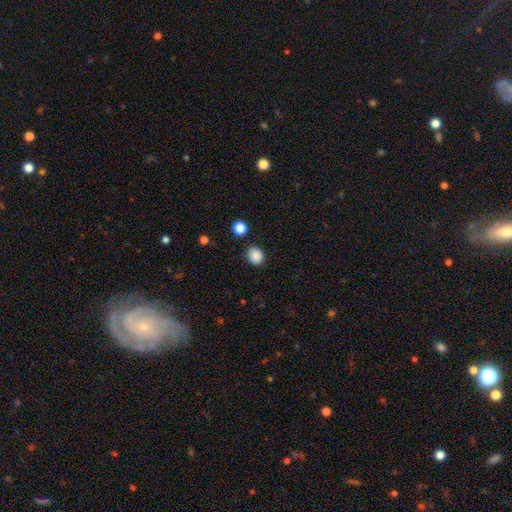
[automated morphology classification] Smooth or featured? Predicted: smooth (p=0.87). How rounded? Predicted: round (p=0.66). Merging? Predicted: none (p=0.87).